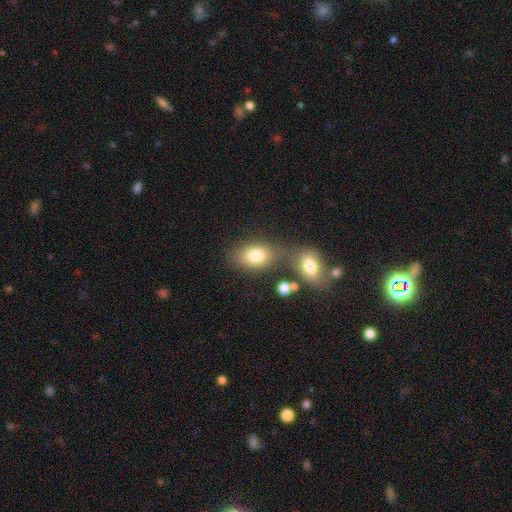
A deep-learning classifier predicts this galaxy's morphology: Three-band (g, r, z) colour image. It shows a smooth galaxy with no disk features (79%) that is in between round and cigar-shaped (78%). Merging: none (54%).